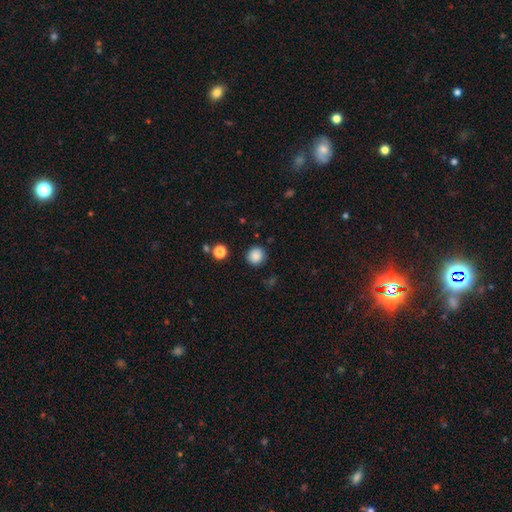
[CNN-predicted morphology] This appears to be a smooth galaxy with no disk features (86%) that is round (92%). Merging: none (89%).